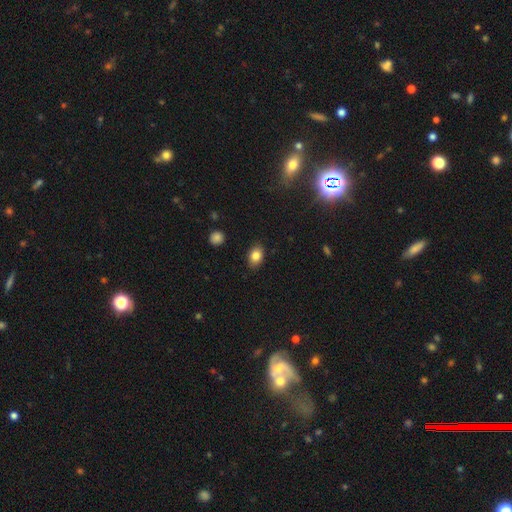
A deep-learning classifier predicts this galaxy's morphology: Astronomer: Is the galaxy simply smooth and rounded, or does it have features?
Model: smooth — 83%.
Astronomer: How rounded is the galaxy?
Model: in between — 77%.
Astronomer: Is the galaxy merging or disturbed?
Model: none — 87%.